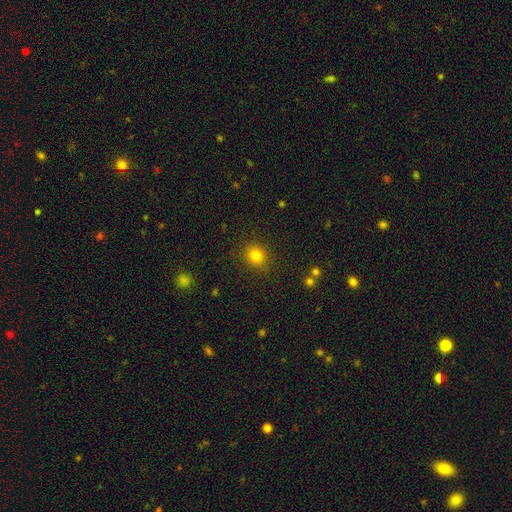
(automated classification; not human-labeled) This is likely a smooth galaxy (80%). How rounded: likely round (73%). Merging: clearly none (87%).